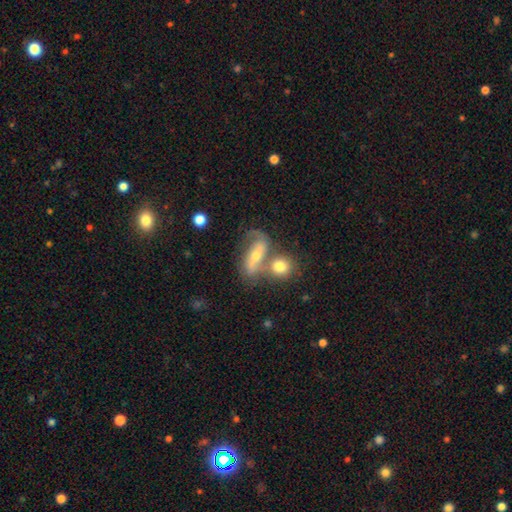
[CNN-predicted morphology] This is likely a featured or disk galaxy (67%). It is clearly not viewed edge-on (88%). Bar: marginally no (36%). Spiral arm pattern: clearly yes (84%). Central bulge: possibly moderate (58%). Merging: marginally merger (40%).